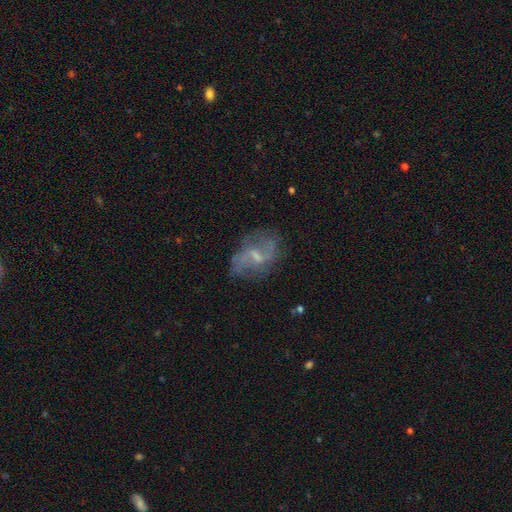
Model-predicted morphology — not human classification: Q: Smooth or featured?
A: featured or disk (71%); runner-up: smooth (20%)
Q: Edge-on disk?
A: no (96%); runner-up: yes (4%)
Q: Bar?
A: weak (58%); runner-up: no (27%)
Q: Spiral arms?
A: yes (78%); runner-up: no (22%)
Q: Spiral winding?
A: loose (59%); runner-up: medium (31%)
Q: Spiral arm count?
A: 2 (73%); runner-up: can't tell (16%)
Q: Bulge size?
A: small (48%); runner-up: moderate (31%)
Q: Merging?
A: none (60%); runner-up: minor disturbance (22%)